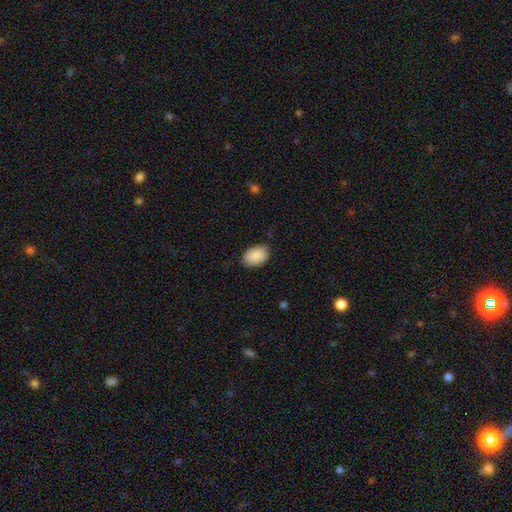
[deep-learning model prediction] smooth 89%, star or artifact 6%, featured or disk 5%. Down the decision tree: how rounded — in between (89%); merging — none (81%).